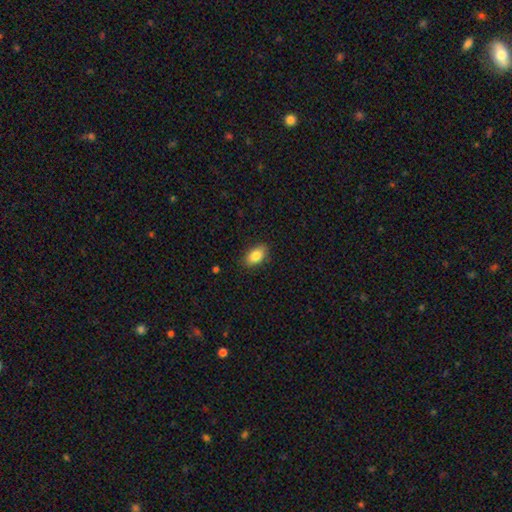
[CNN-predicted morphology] Smooth or featured: smooth — 85% (featured or disk — 8%)
How rounded: in between — 90% (round — 8%)
Merging: none — 86% (minor disturbance — 11%)